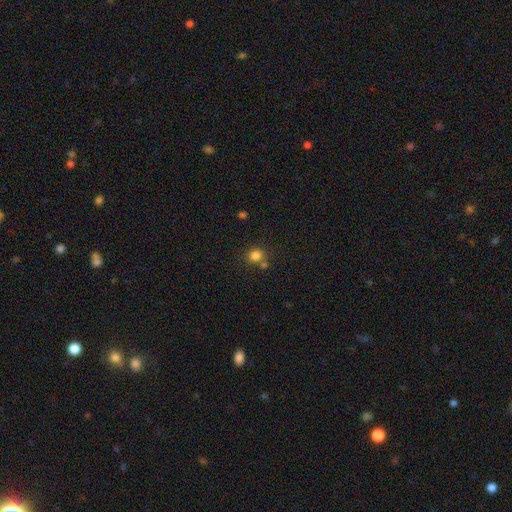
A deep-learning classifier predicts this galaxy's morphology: smooth 81%, star or artifact 13%, featured or disk 6%. Down the decision tree: how rounded — round (83%); merging — none (66%).